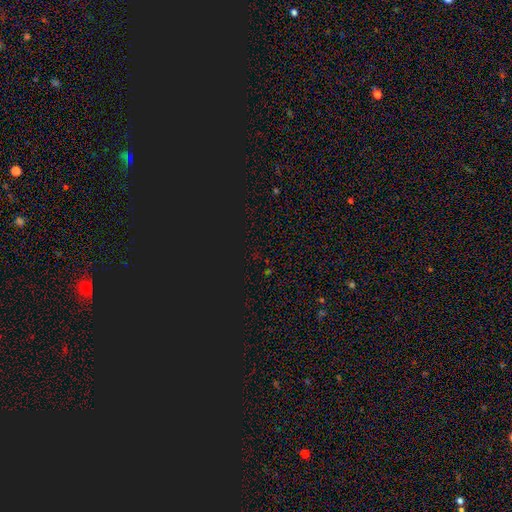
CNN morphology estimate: This appears to be a star or artifact, not a galaxy (75%).